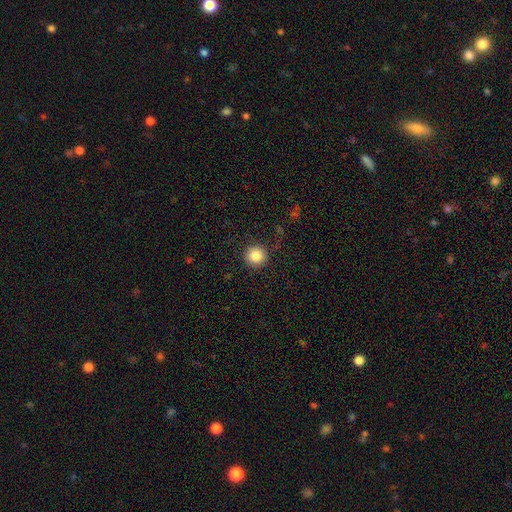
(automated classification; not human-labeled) Overall: smooth (86%). How rounded: round (95%). Merging: none (88%).